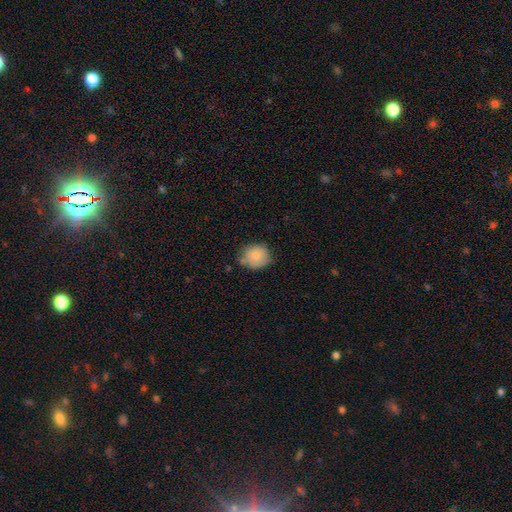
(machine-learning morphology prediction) Smooth or featured? Predicted: smooth (p=0.80). How rounded? Predicted: round (p=0.73). Merging? Predicted: none (p=0.61).